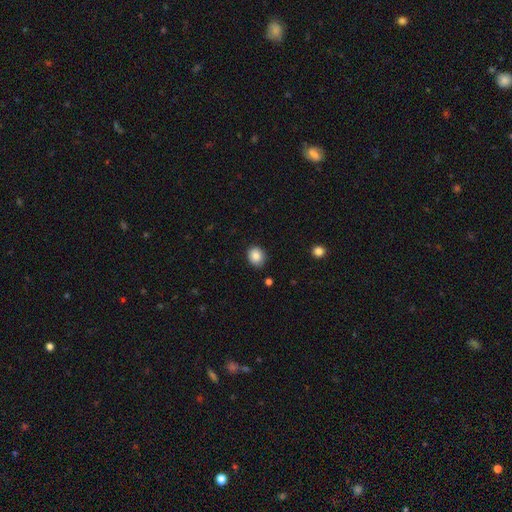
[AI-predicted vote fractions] A smooth galaxy with no disk features (86%) that is round (65%). Merging: none (85%).